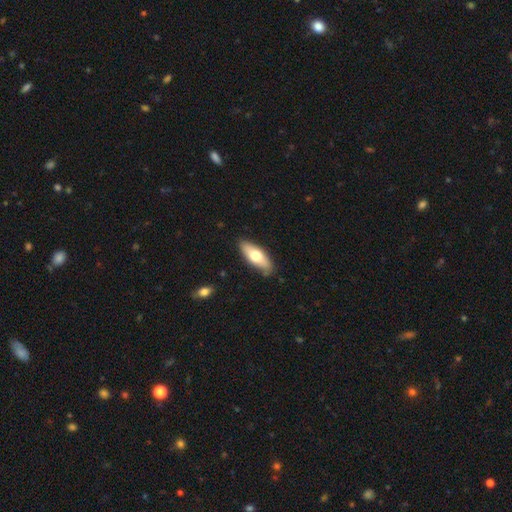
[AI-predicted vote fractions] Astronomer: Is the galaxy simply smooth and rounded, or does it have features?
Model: smooth — 63%.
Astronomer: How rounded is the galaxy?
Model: in between — 71%.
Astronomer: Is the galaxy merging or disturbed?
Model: none — 85%.